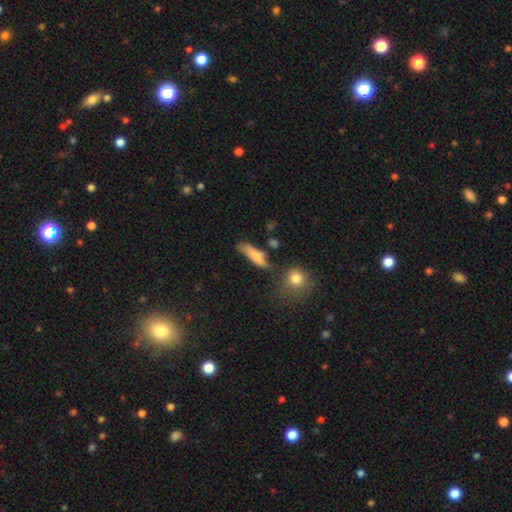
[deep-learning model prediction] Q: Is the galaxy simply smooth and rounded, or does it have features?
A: smooth — 70%.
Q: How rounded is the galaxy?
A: cigar-shaped — 55%.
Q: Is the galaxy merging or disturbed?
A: none — 51%.